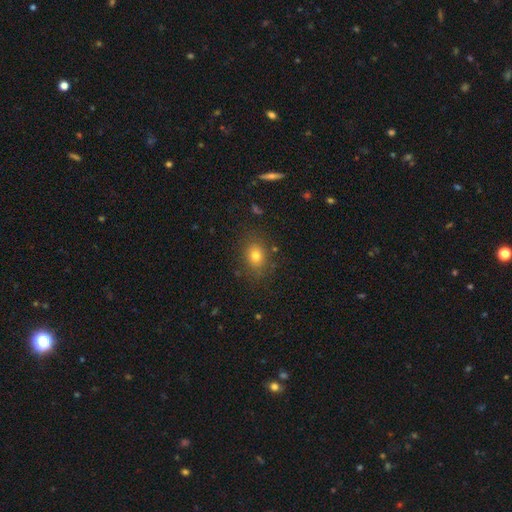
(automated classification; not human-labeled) This is likely a smooth galaxy (76%). How rounded: possibly in between (52%). Merging: clearly none (82%).